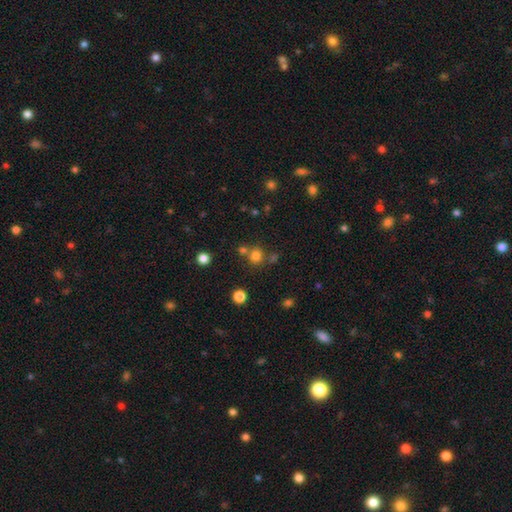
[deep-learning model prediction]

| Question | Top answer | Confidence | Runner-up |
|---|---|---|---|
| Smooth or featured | smooth | 74% | star or artifact (19%) |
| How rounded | round | 90% | in between (10%) |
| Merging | none | 67% | merger (21%) |